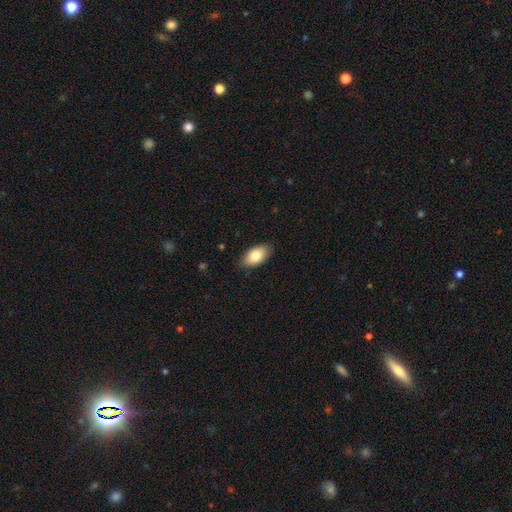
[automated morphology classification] type=smooth (80%); roundness=in between (94%); merging=none (85%).